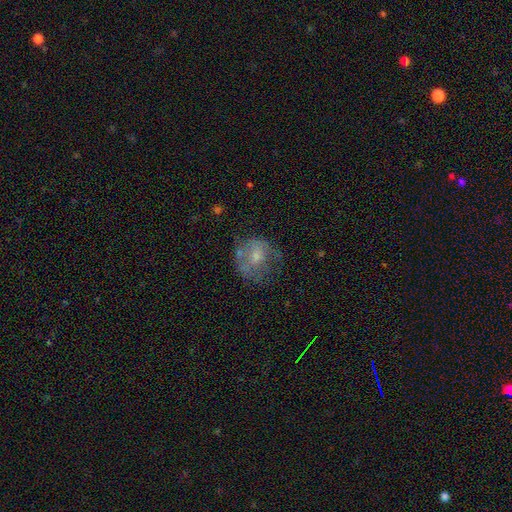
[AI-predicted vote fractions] This is marginally a smooth galaxy (45%, tied with featured or disk). Merging: possibly none (49%).